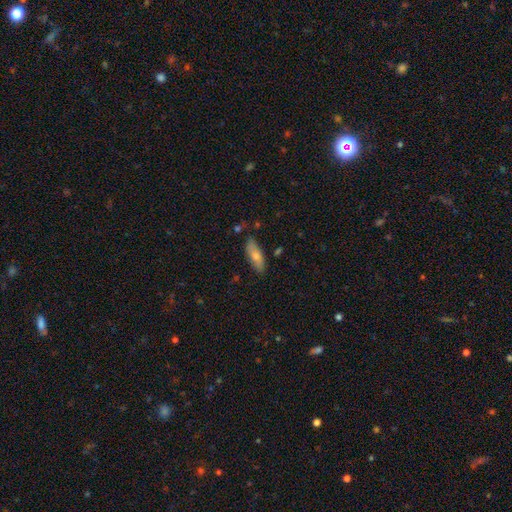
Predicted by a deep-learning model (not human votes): Smooth or featured? smooth (73%)
How rounded? in between (66%)
Merging? none (78%)